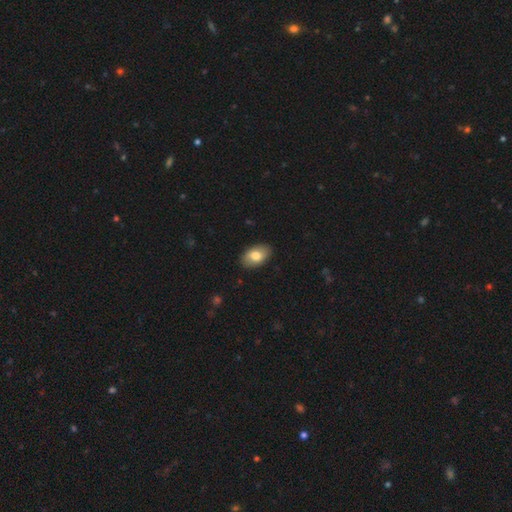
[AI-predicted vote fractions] The model was most divided on "smooth or featured": smooth: 78%, featured or disk: 16%, star or artifact: 6%. More confident: how rounded — in between (93%); merging — none (88%).